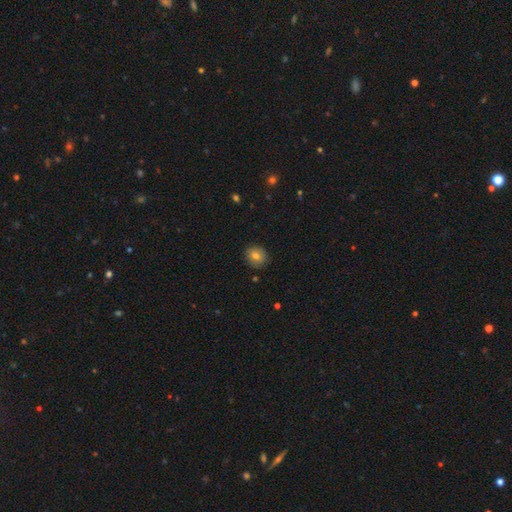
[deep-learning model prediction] Q: Smooth or featured?
A: smooth (78%); runner-up: featured or disk (12%)
Q: How rounded?
A: round (82%); runner-up: in between (17%)
Q: Merging?
A: none (88%); runner-up: minor disturbance (9%)